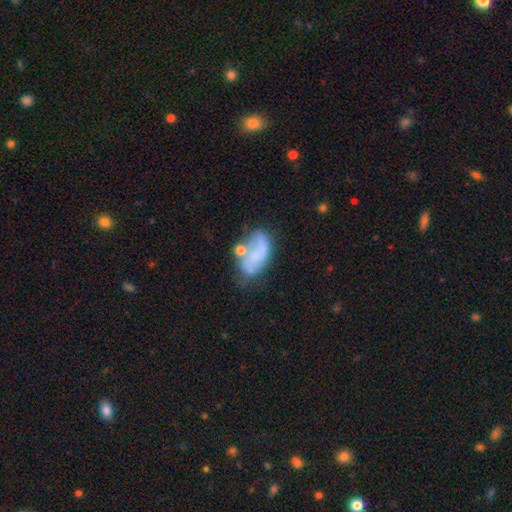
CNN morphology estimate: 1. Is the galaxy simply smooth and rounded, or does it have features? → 47% smooth, 43% featured or disk, 10% star or artifact.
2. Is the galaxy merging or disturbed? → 35% none, 26% minor disturbance, 20% major disturbance, 20% merger.